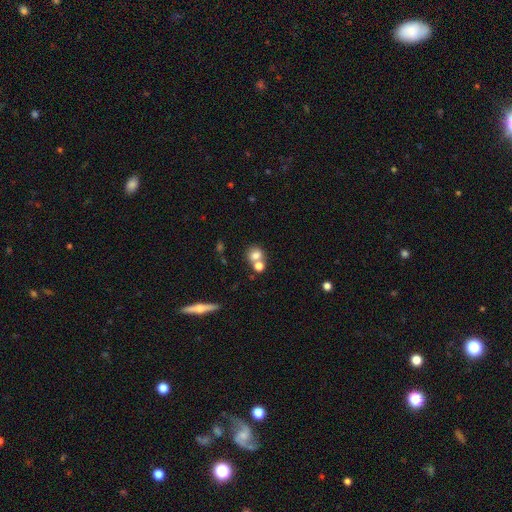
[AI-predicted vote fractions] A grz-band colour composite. It shows a smooth galaxy with no disk features (75%) that is round (74%). Merging: none (47%).